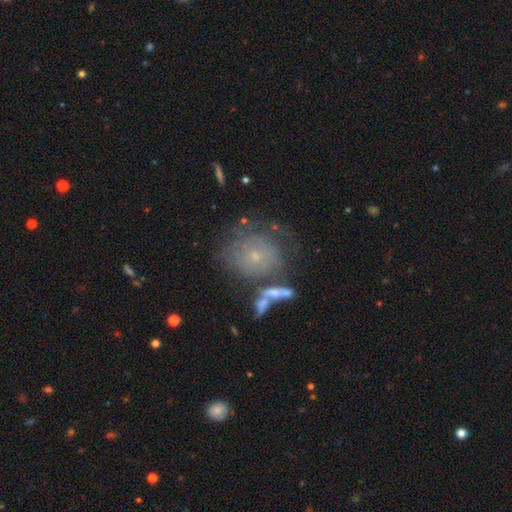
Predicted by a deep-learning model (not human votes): Overall: featured or disk (51%; smooth 34%). Edge-on disk: no (94%). Merging: none (48%; minor disturbance 20%).